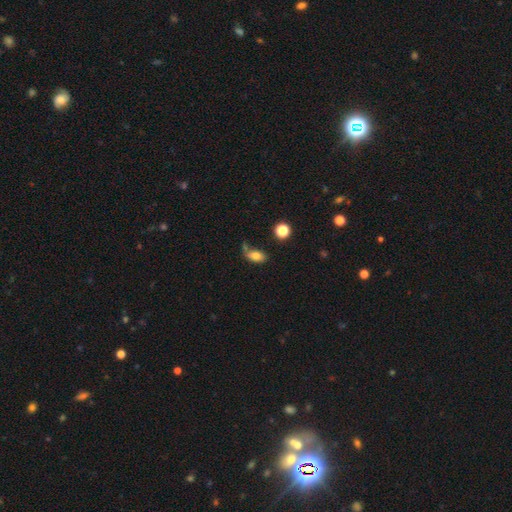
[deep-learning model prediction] Q: Smooth or featured?
A: smooth (77%); runner-up: featured or disk (14%)
Q: How rounded?
A: in between (86%); runner-up: round (10%)
Q: Merging?
A: none (47%); runner-up: minor disturbance (24%)